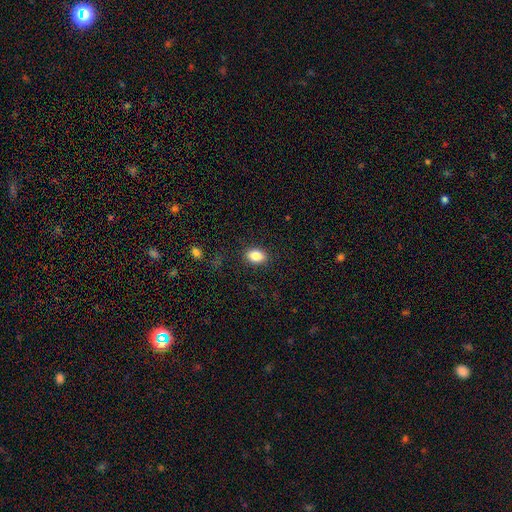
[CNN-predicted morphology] This appears to be a smooth galaxy with no disk features (85%) that is in between round and cigar-shaped (81%). Merging: none (87%).